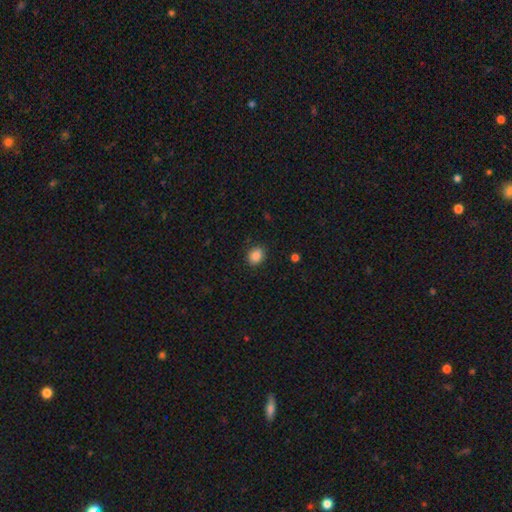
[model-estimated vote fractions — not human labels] This appears to be a smooth galaxy with no disk features (87%) that is in between round and cigar-shaped (54%). Merging: none (87%).